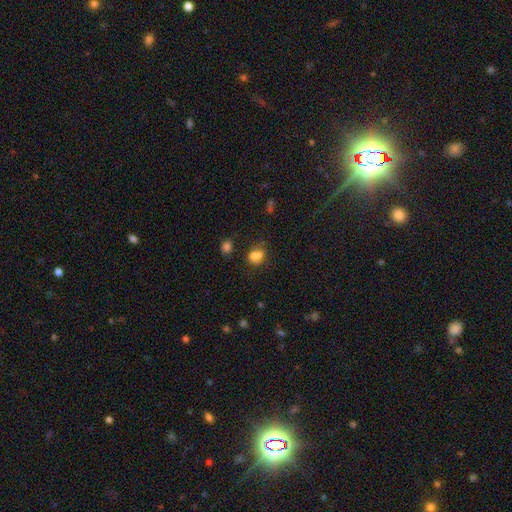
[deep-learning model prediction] This is likely a smooth galaxy (73%). How rounded: possibly in between (52%). Merging: possibly none (49%).